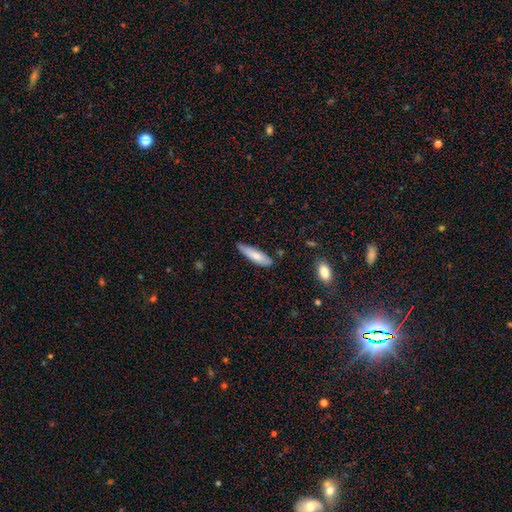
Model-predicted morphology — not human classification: type=smooth (76%); roundness=cigar-shaped (64%); merging=none (68%).